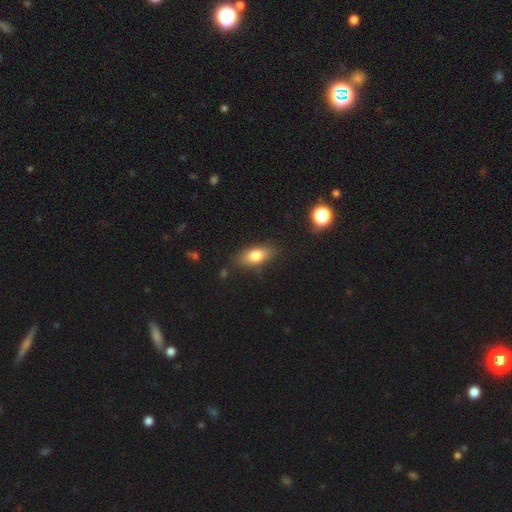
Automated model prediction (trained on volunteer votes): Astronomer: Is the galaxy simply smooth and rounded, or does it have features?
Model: smooth — 78%.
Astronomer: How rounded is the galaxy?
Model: in between — 84%.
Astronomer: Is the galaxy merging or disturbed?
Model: none — 81%.